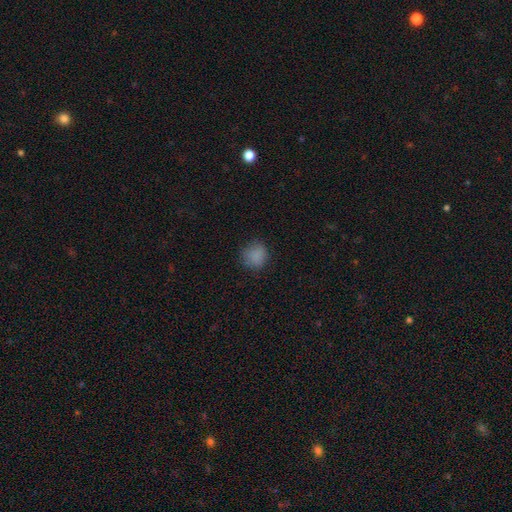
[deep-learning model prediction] Smooth or featured: smooth — 84% (star or artifact — 12%)
How rounded: round — 85% (in between — 14%)
Merging: none — 81% (minor disturbance — 14%)